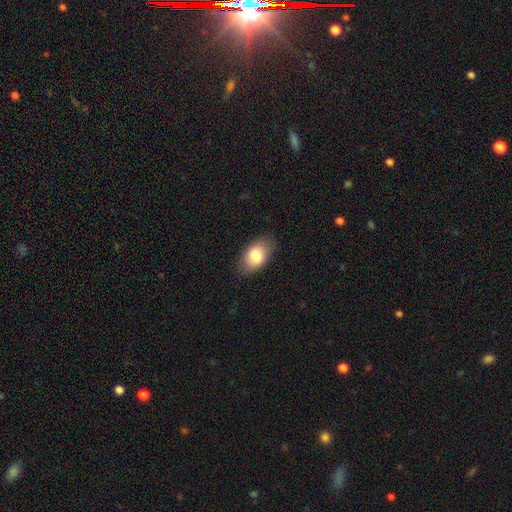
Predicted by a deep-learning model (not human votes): Morphology: type=smooth (80%); roundness=in between (91%); merging=none (83%).